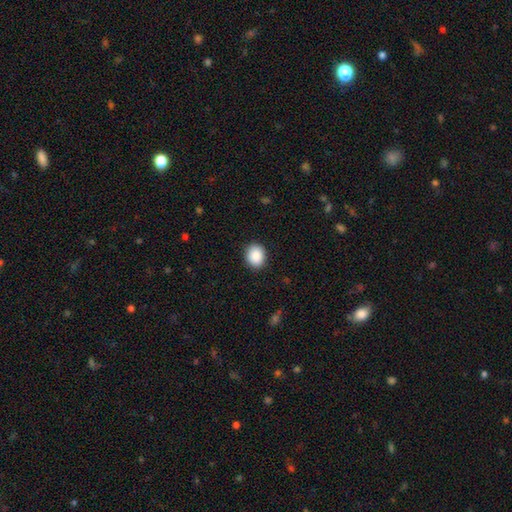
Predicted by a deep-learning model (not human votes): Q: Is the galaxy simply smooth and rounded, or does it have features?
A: smooth — 89%.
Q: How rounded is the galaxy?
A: round — 63%.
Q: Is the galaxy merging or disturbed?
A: none — 90%.